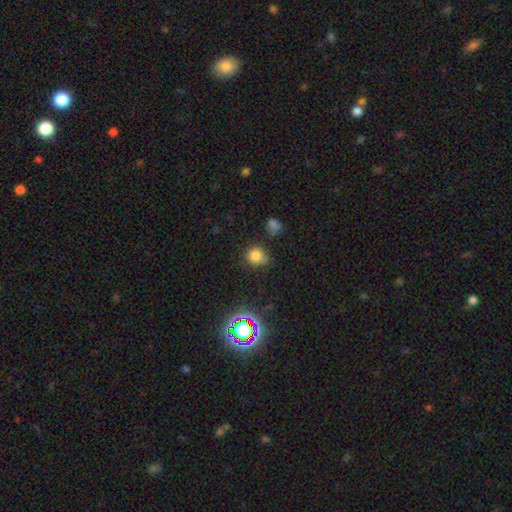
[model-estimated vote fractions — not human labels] A smooth galaxy with no disk features (76%) that is round (83%). Merging: none (69%).